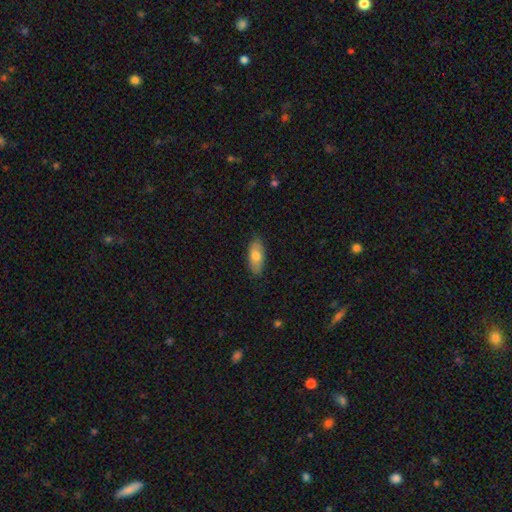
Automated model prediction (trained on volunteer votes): Overall: smooth (75%). How rounded: in between (86%). Merging: none (85%).